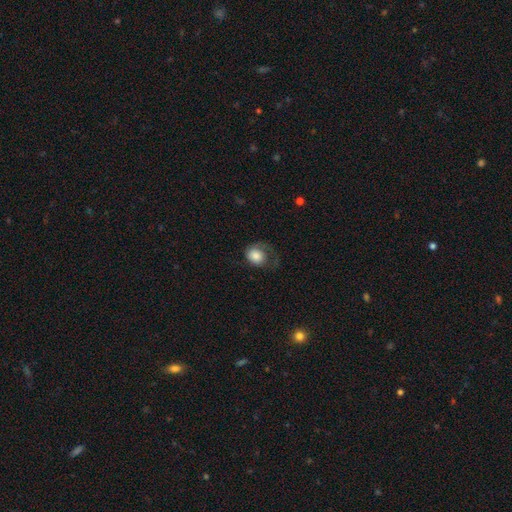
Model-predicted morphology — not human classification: smooth-or-featured: smooth: 70% | featured or disk: 23% | star or artifact: 8%
  how-rounded: round: 59% | in between: 40% | cigar-shaped: 1%
  merging: none: 38% | major disturbance: 35% | minor disturbance: 25% | merger: 2%